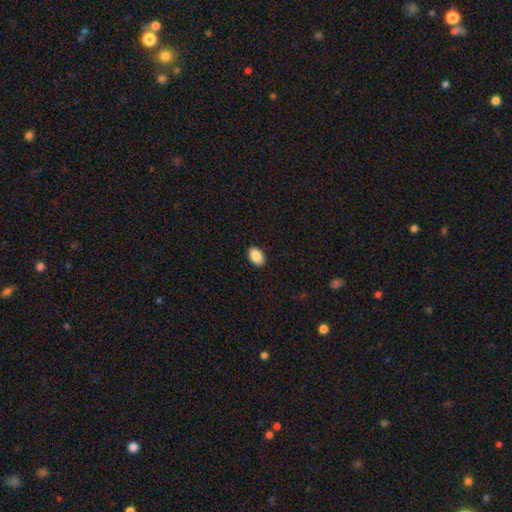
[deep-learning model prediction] smooth_or_featured: smooth (p=0.89) [alt: star or artifact p=0.07]
how_rounded: in between (p=0.89) [alt: round p=0.09]
merging: none (p=0.89) [alt: minor disturbance p=0.08]